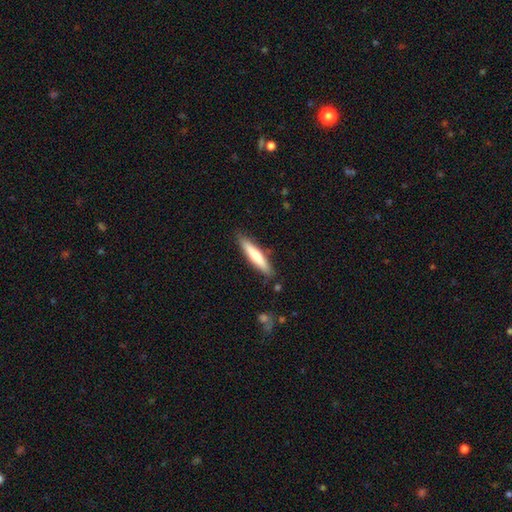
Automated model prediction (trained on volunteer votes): Smooth or featured? Predicted: smooth (p=0.63). How rounded? Predicted: cigar-shaped (p=0.86). Merging? Predicted: none (p=0.86).